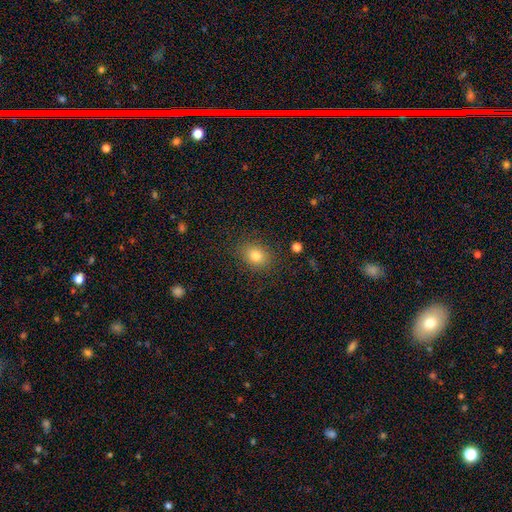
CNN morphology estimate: A smooth galaxy with no disk features (81%) that is in between round and cigar-shaped (50%). Merging: none (85%).